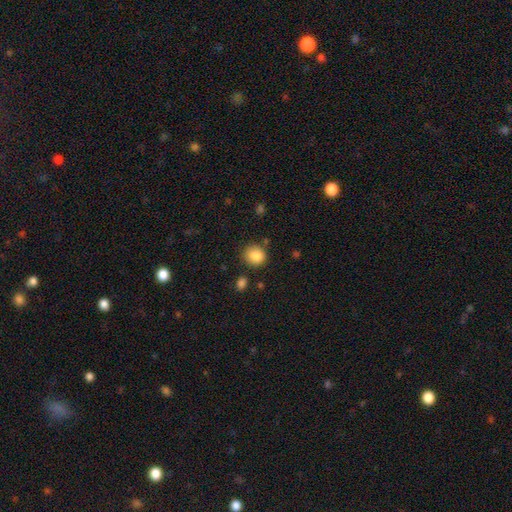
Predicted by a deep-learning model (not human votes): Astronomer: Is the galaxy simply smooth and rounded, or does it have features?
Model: smooth — 87%.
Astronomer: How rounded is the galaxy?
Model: round — 84%.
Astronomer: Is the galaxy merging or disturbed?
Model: none — 80%.